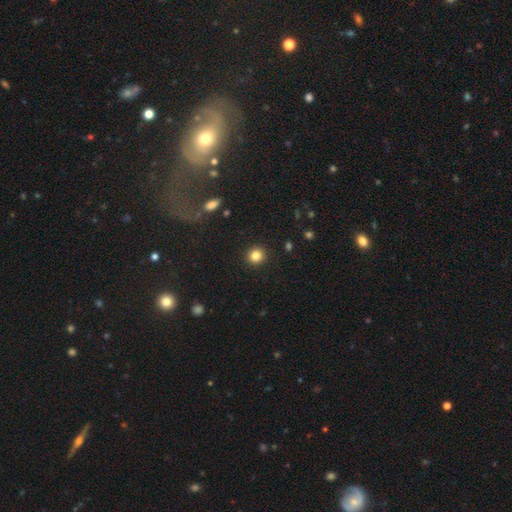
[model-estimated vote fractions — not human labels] Morphology: type=smooth (83%); roundness=round (92%); merging=none (93%).